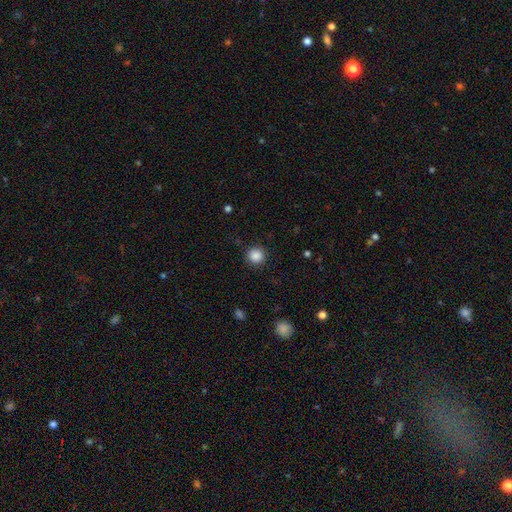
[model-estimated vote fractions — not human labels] Smooth or featured? Predicted: smooth (p=0.87). How rounded? Predicted: round (p=0.94). Merging? Predicted: none (p=0.90).